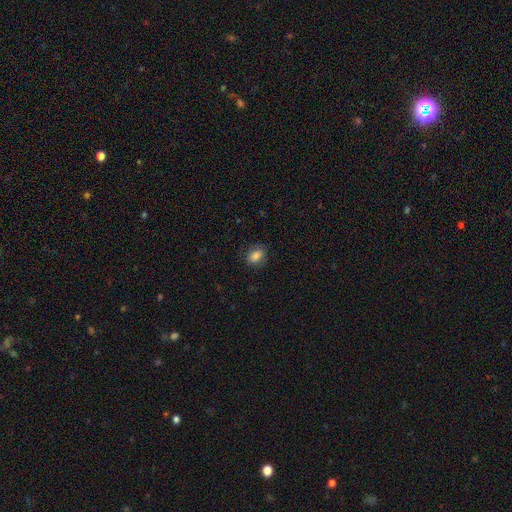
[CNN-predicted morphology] Smooth or featured?
  - smooth: 83% *
  - star or artifact: 10%
  - featured or disk: 8%
How rounded?
  - in between: 65% *
  - round: 34%
  - cigar-shaped: 1%
Merging?
  - none: 83% *
  - minor disturbance: 13%
  - major disturbance: 3%
  - merger: 1%